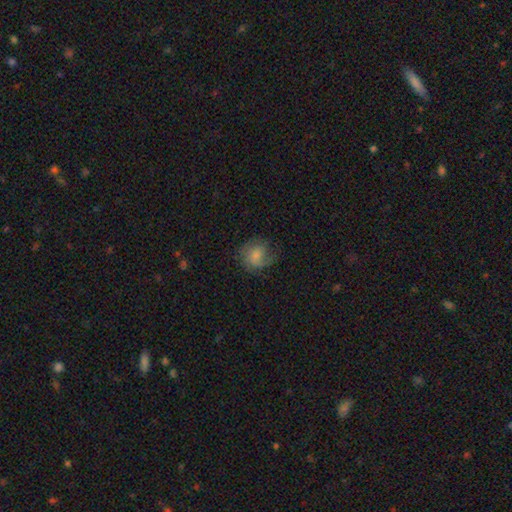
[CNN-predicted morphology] This appears to be a smooth galaxy with no disk features (55%) that is round (74%). Merging: none (59%).